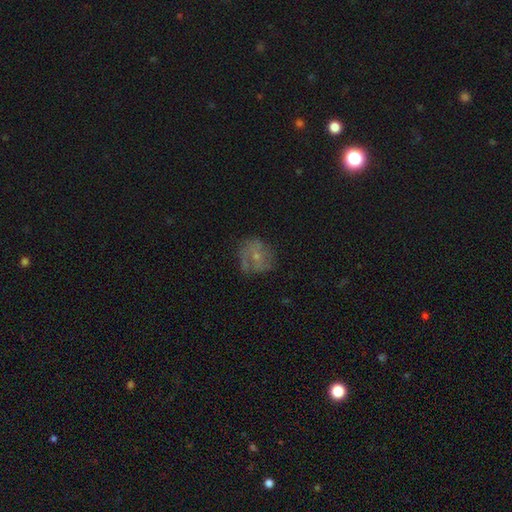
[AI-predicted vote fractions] A featured or disk galaxy (48%).

Vote fractions:
- Smooth or featured? featured or disk: 48% / smooth: 40% / star or artifact: 12%
- Merging? none: 57% / minor disturbance: 25% / major disturbance: 16% / merger: 2%